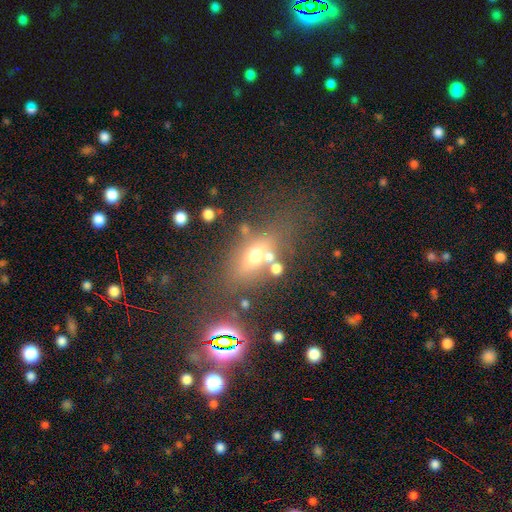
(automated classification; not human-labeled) This appears to be a smooth galaxy with no disk features (52%) that is in between round and cigar-shaped (64%). Merging: none (59%).